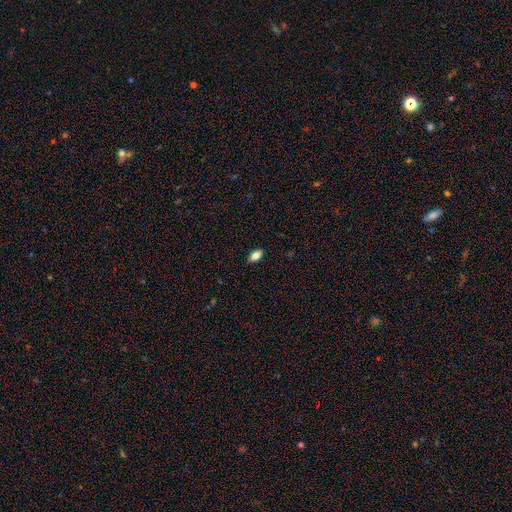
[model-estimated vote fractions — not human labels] This appears to be a smooth galaxy with no disk features (80%) that is in between round and cigar-shaped (89%). Merging: none (89%).